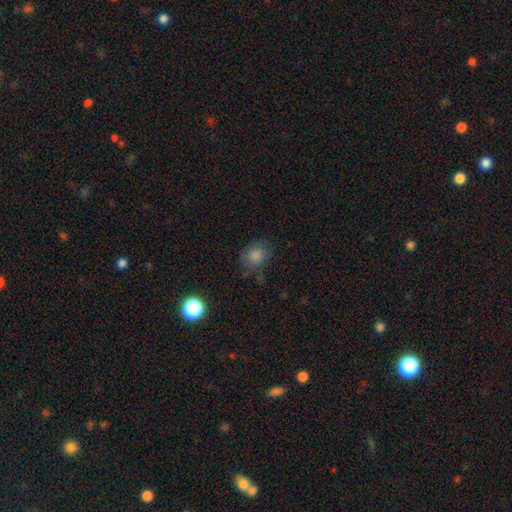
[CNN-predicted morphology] smooth 81%, star or artifact 11%, featured or disk 8%. Down the decision tree: how rounded — round (61%); merging — none (66%).